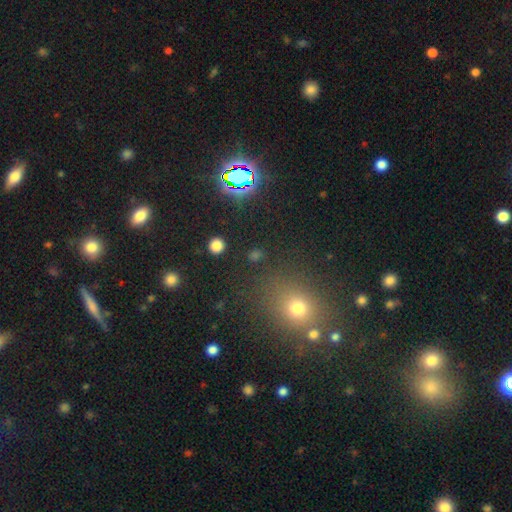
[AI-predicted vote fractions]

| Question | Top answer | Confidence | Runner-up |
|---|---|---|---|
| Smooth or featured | smooth | 48% | star or artifact (44%) |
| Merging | none | 81% | minor disturbance (9%) |